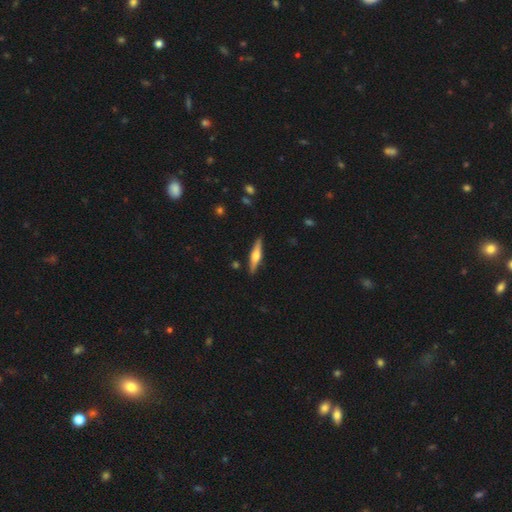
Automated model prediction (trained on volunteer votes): Morphology: type=featured or disk (64%); edge-on=yes (97%); edge-on bulge=rounded (91%); merging=none (89%).